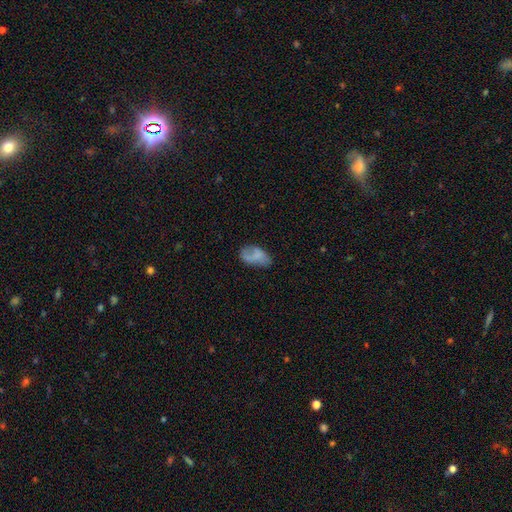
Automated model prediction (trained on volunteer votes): smooth 64%, featured or disk 26%, star or artifact 10%. Down the decision tree: how rounded — in between (93%); merging — none (49%).